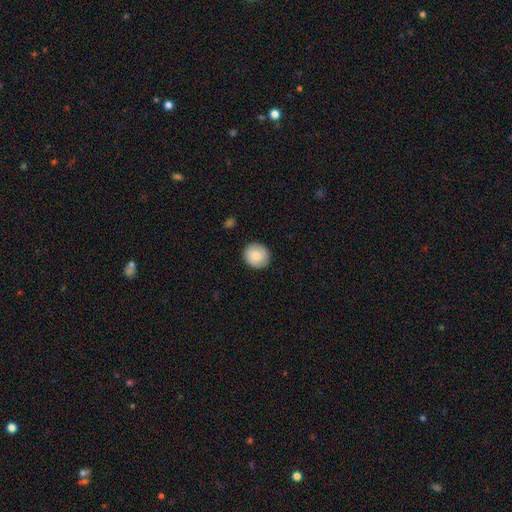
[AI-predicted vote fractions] smooth-or-featured: smooth: 76% | featured or disk: 17% | star or artifact: 7%
  how-rounded: round: 90% | in between: 9% | cigar-shaped: 1%
  merging: none: 88% | minor disturbance: 9% | major disturbance: 2% | merger: 1%